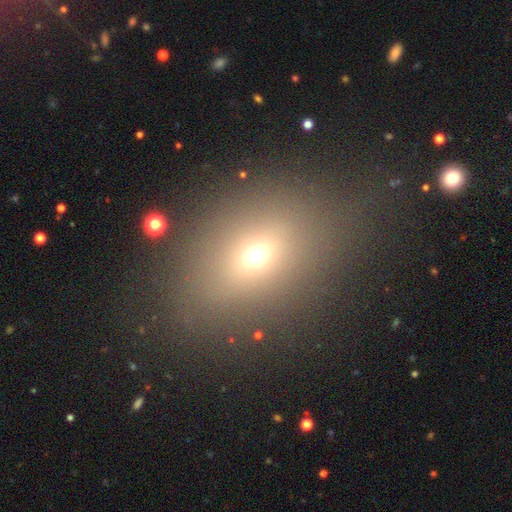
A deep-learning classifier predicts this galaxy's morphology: type=smooth (64%); roundness=in between (64%); merging=none (77%).